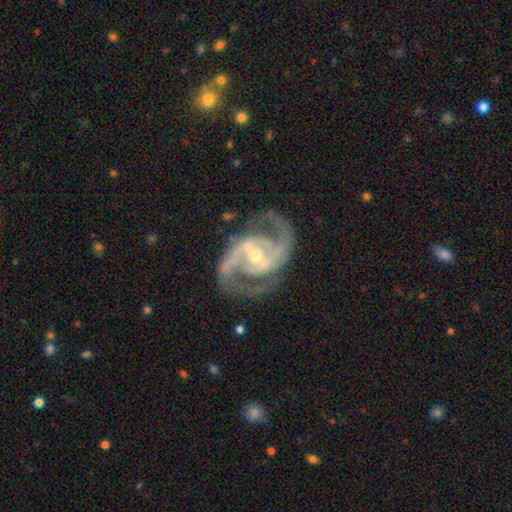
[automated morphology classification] type=featured or disk (92%); edge-on=no (97%); bar=weak (42%); spiral arms=yes (98%); winding=medium (63%); arm count=2 (92%); bulge=moderate (48%, tied with small); merging=none (77%).